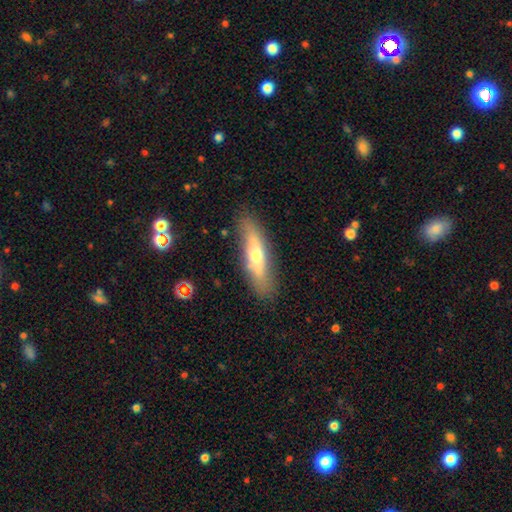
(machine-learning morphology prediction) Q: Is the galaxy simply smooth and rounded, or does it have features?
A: smooth — 50%.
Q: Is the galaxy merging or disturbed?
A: none — 82%.